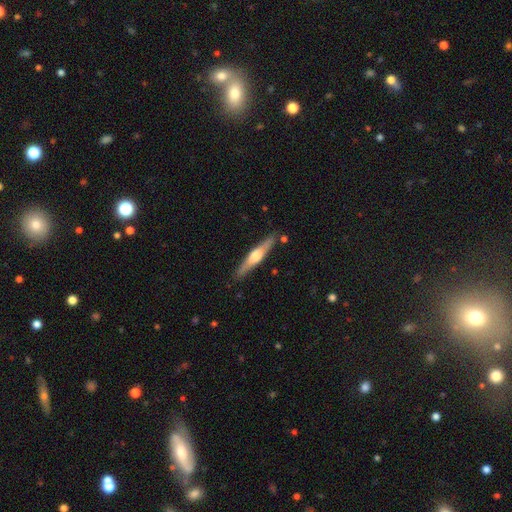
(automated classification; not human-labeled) This is likely a featured or disk galaxy (64%). It is clearly viewed edge-on (97%). Edge-on bulge: clearly rounded (85%). Merging: clearly none (86%).